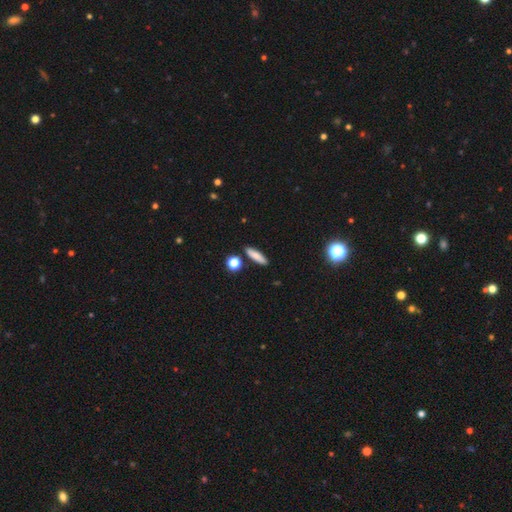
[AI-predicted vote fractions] smooth-or-featured: smooth: 79% | featured or disk: 12% | star or artifact: 9%
  how-rounded: cigar-shaped: 66% | in between: 30% | round: 5%
  merging: none: 85% | minor disturbance: 8% | merger: 4% | major disturbance: 2%